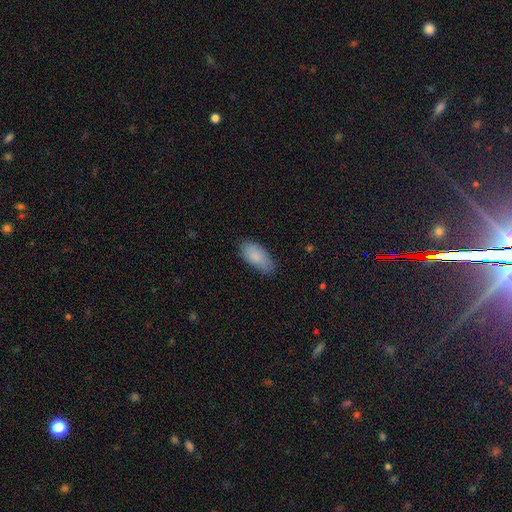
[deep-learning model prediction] Smooth or featured? Predicted: smooth (p=0.85). How rounded? Predicted: in between (p=0.91). Merging? Predicted: none (p=0.73).